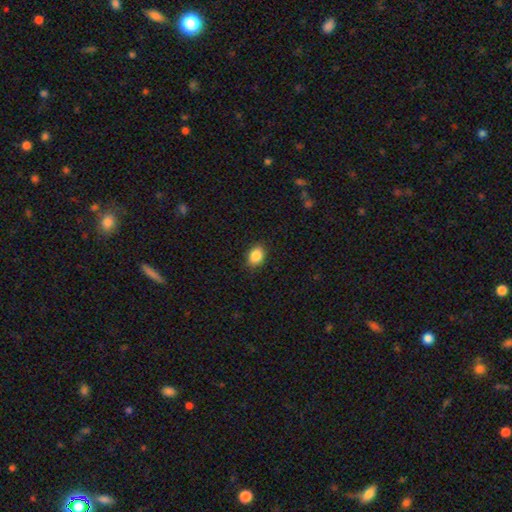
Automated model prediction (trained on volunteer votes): A smooth galaxy with no disk features (87%) that is in between round and cigar-shaped (71%). Merging: none (88%).